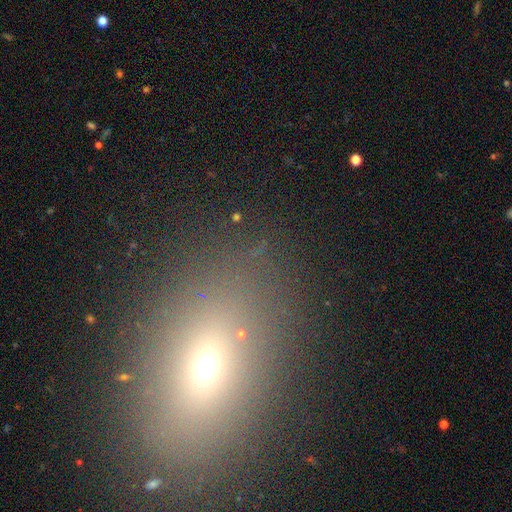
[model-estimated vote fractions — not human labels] smooth 49%, star or artifact 37%, featured or disk 13%. Down the decision tree: merging — none (80%).